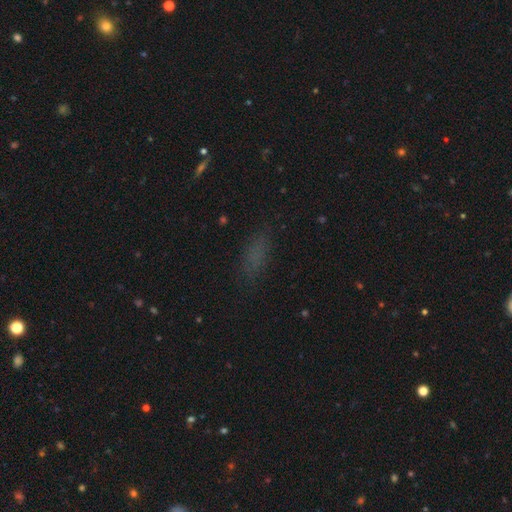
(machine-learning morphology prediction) A smooth galaxy with no disk features (68%) that is in between round and cigar-shaped (70%).

Vote fractions:
- Smooth or featured? smooth: 68% / star or artifact: 22% / featured or disk: 10%
- How rounded? in between: 70% / cigar-shaped: 24% / round: 5%
- Merging? none: 77% / minor disturbance: 14% / major disturbance: 6% / merger: 2%